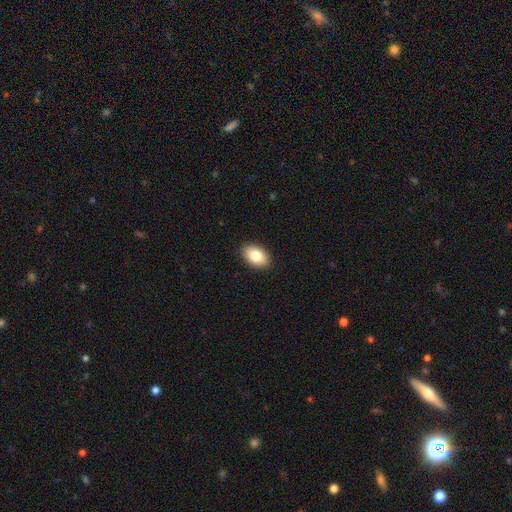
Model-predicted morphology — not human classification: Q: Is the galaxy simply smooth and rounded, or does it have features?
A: smooth — 83%.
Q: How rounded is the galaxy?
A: in between — 90%.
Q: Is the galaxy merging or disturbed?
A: none — 90%.